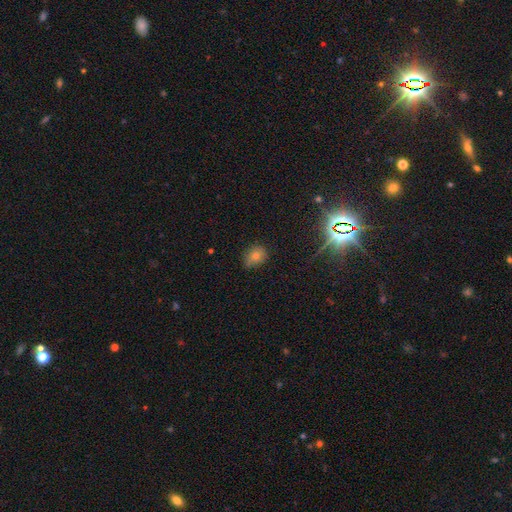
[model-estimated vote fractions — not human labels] Smooth or featured? smooth (60%)
How rounded? round (55%)
Merging? none (68%)